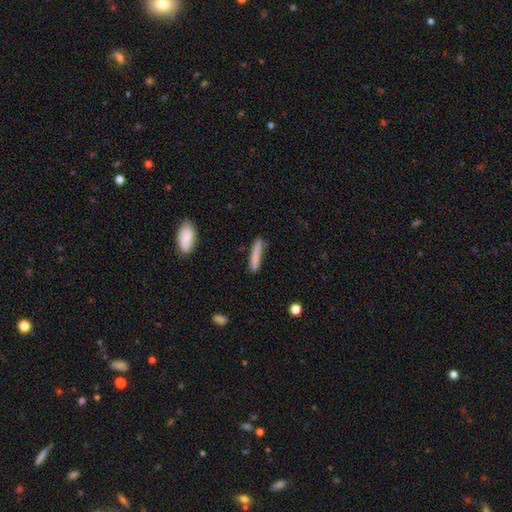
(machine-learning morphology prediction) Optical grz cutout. It shows a smooth galaxy with no disk features (80%) that is cigar-shaped (91%). Merging: none (80%).